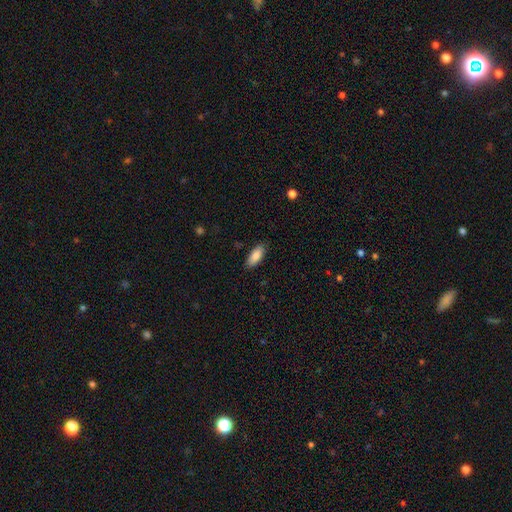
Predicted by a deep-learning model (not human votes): Morphology: type=smooth (88%); roundness=in between (83%); merging=none (86%).